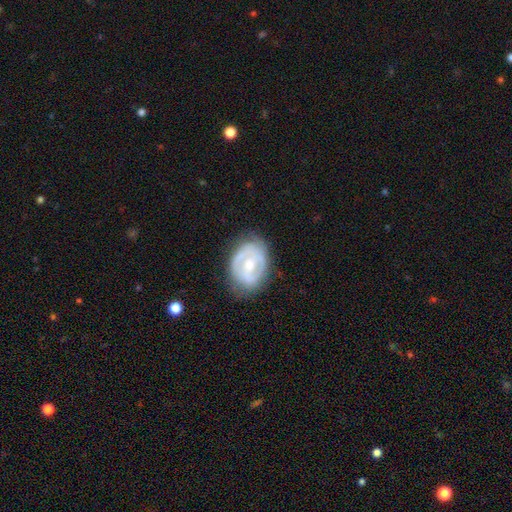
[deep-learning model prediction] Q: Smooth or featured?
A: featured or disk (70%); runner-up: smooth (25%)
Q: Edge-on disk?
A: no (96%); runner-up: yes (4%)
Q: Bar?
A: weak (43%); runner-up: no (37%)
Q: Spiral arms?
A: yes (62%); runner-up: no (38%)
Q: Bulge size?
A: moderate (57%); runner-up: small (36%)
Q: Merging?
A: none (66%); runner-up: minor disturbance (24%)